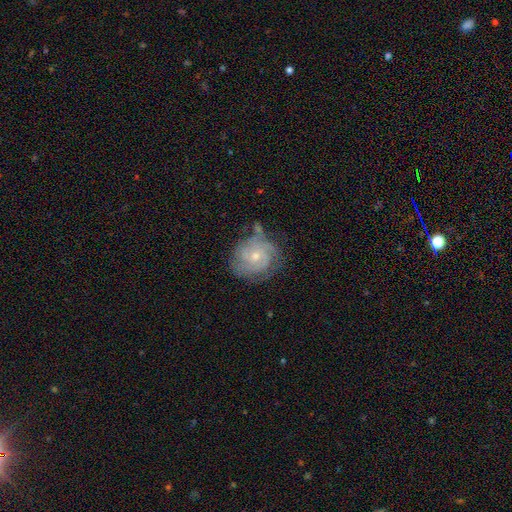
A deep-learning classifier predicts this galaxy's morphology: type=featured or disk (78%); edge-on=no (98%); bar=no (72%); spiral arms=yes (93%); winding=tight (68%); arm count=can't tell (31%); bulge=small (57%); merging=none (62%).